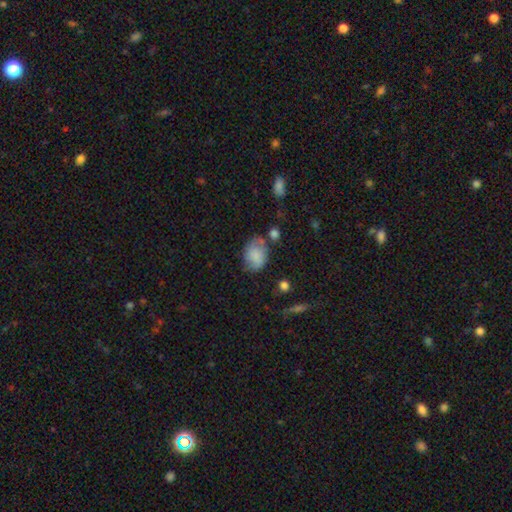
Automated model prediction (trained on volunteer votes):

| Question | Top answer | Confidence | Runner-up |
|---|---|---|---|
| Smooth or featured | smooth | 74% | featured or disk (18%) |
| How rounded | in between | 73% | round (26%) |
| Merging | none | 55% | minor disturbance (27%) |